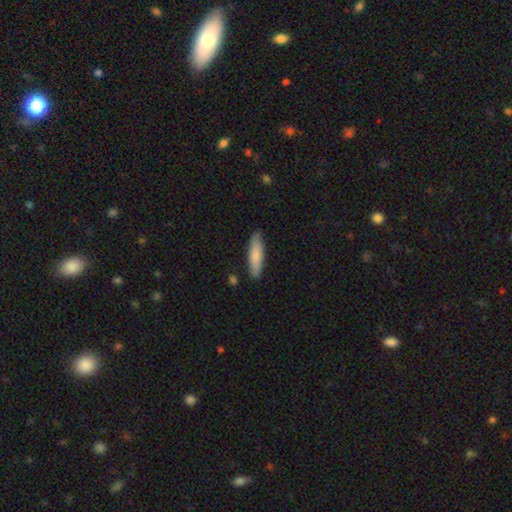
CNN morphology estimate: A smooth galaxy with no disk features (81%) that is cigar-shaped (72%). Merging: none (87%).